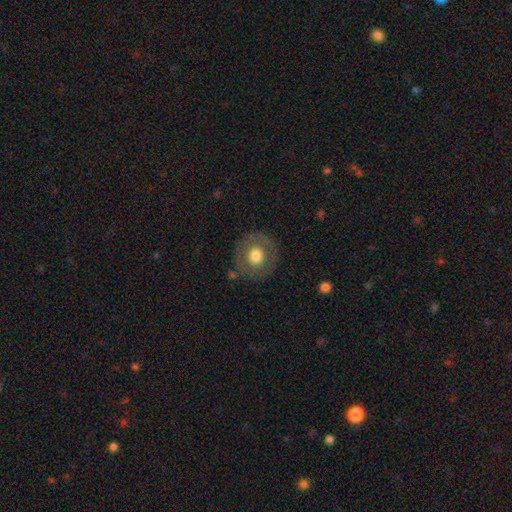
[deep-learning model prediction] smooth 63%, featured or disk 30%, star or artifact 8%. Down the decision tree: how rounded — round (91%); merging — none (82%).